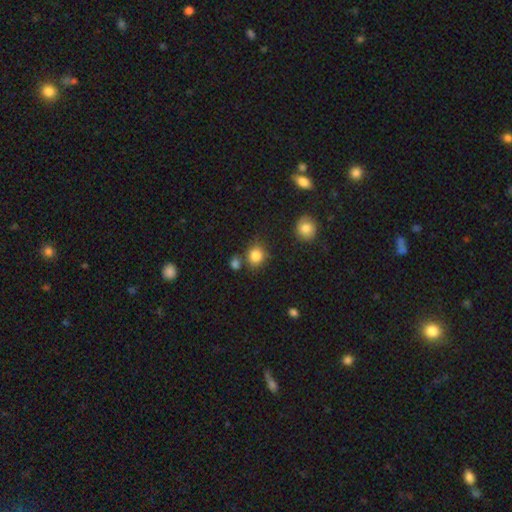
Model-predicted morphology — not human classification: Smooth or featured: smooth — 84% (star or artifact — 11%)
How rounded: round — 78% (in between — 21%)
Merging: none — 72% (minor disturbance — 13%)